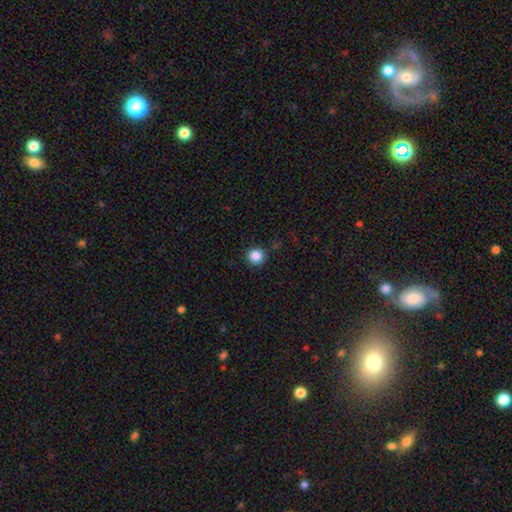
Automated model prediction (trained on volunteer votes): Smooth or featured?
  - smooth: 86% *
  - star or artifact: 11%
  - featured or disk: 3%
How rounded?
  - round: 92% *
  - in between: 7%
  - cigar-shaped: 1%
Merging?
  - none: 90% *
  - minor disturbance: 7%
  - major disturbance: 2%
  - merger: 2%